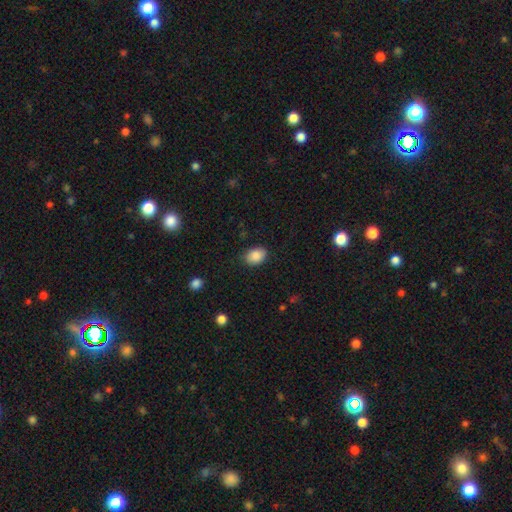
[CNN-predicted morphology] This is clearly a smooth galaxy (88%). How rounded: likely in between (75%). Merging: clearly none (83%).